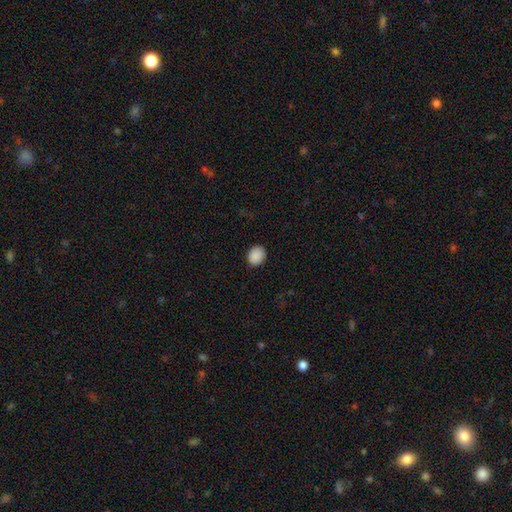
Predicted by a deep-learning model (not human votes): A smooth galaxy with no disk features (90%) that is round (60%).

Vote fractions:
- Smooth or featured? smooth: 90% / star or artifact: 8% / featured or disk: 2%
- How rounded? round: 60% / in between: 39% / cigar-shaped: 1%
- Merging? none: 89% / minor disturbance: 8% / major disturbance: 2% / merger: 1%